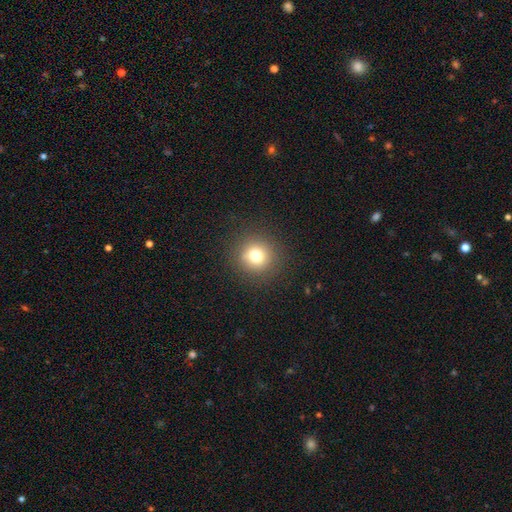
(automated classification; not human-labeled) smooth-or-featured: smooth: 76% | star or artifact: 14% | featured or disk: 10%
  how-rounded: round: 93% | in between: 6% | cigar-shaped: 1%
  merging: none: 89% | minor disturbance: 6% | major disturbance: 3% | merger: 1%